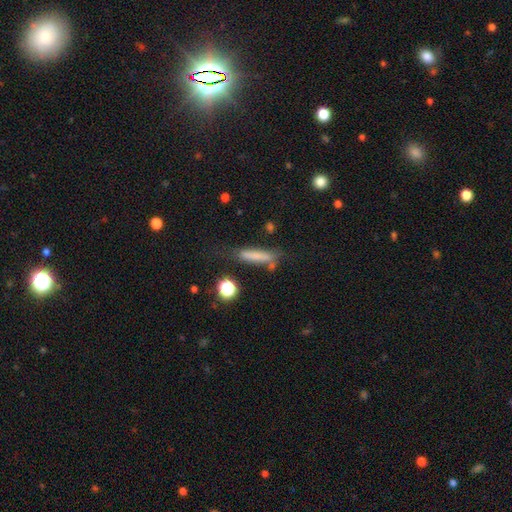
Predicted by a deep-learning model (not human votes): The model was most divided on "merging": none: 63%, minor disturbance: 21%, major disturbance: 9%, merger: 7%. More confident: how rounded — cigar-shaped (82%); smooth or featured — smooth (72%).